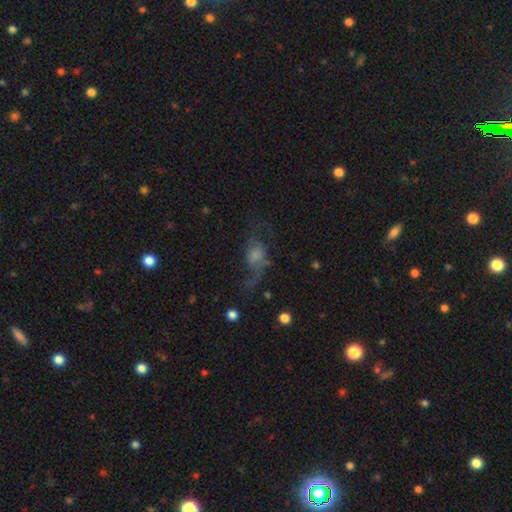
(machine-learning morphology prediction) type=featured or disk (54%); edge-on=no (94%); bar=no (69%); spiral arms=yes (73%); bulge=small (42%); merging=major disturbance (39%).